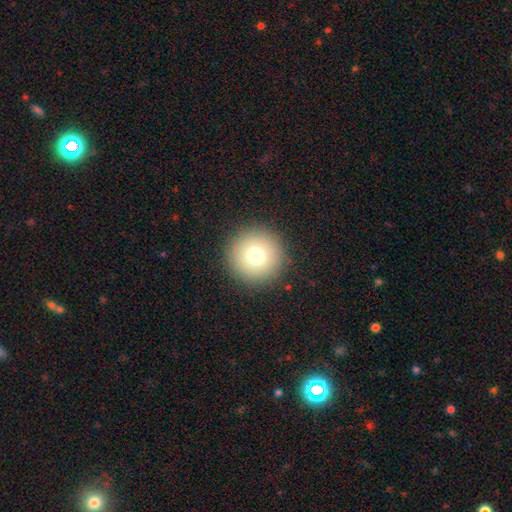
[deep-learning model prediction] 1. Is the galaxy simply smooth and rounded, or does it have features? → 74% smooth, 13% star or artifact, 13% featured or disk.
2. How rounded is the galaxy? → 96% round, 3% in between, 1% cigar-shaped.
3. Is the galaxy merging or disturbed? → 91% none, 6% minor disturbance, 3% major disturbance, 1% merger.